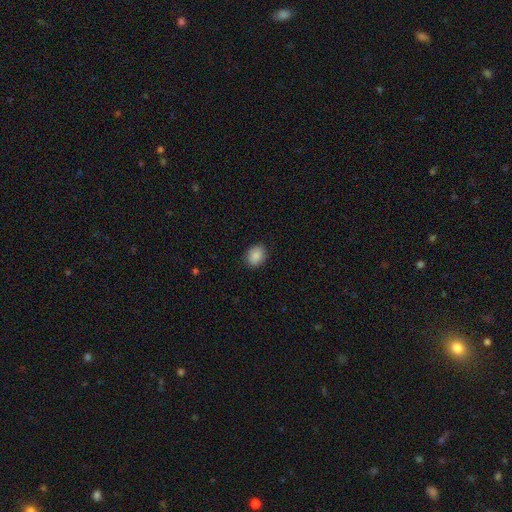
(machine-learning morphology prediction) Smooth or featured: smooth — 88% (star or artifact — 8%)
How rounded: in between — 54% (round — 45%)
Merging: none — 87% (minor disturbance — 9%)